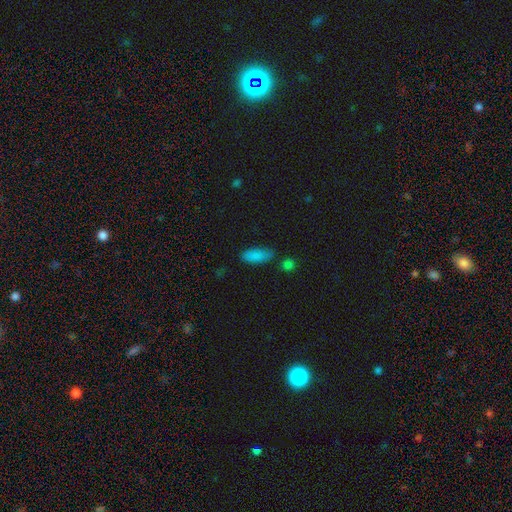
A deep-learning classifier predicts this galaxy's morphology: The model was most divided on "merging": none: 76%, minor disturbance: 16%, merger: 5%, major disturbance: 4%. More confident: smooth or featured — smooth (86%); how rounded — in between (80%).